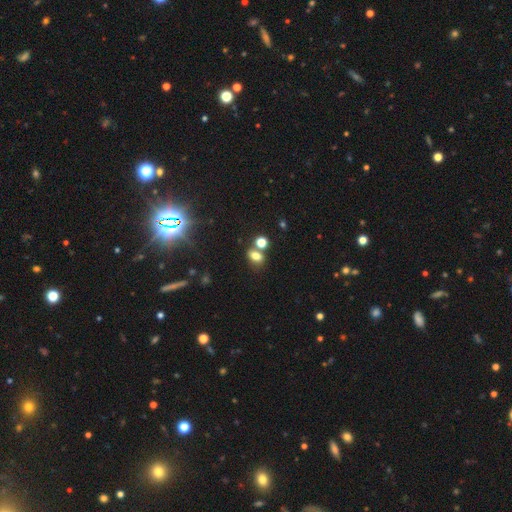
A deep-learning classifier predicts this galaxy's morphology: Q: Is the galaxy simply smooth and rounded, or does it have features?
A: smooth — 73%.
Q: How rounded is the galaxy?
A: in between — 73%.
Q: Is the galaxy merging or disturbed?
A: none — 53%.